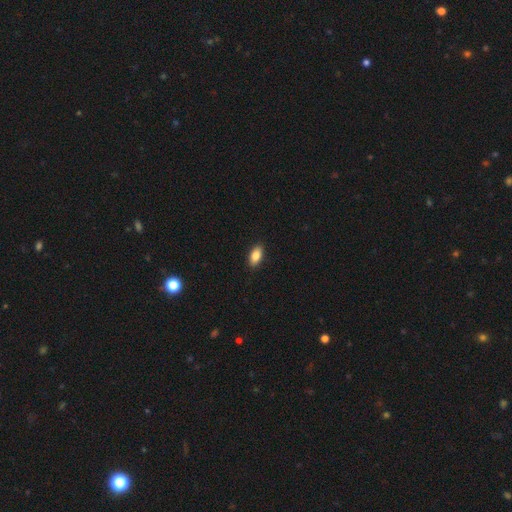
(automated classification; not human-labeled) smooth-or-featured: smooth: 86% | star or artifact: 7% | featured or disk: 6%
  how-rounded: in between: 91% | round: 4% | cigar-shaped: 4%
  merging: none: 89% | minor disturbance: 8% | major disturbance: 2% | merger: 1%